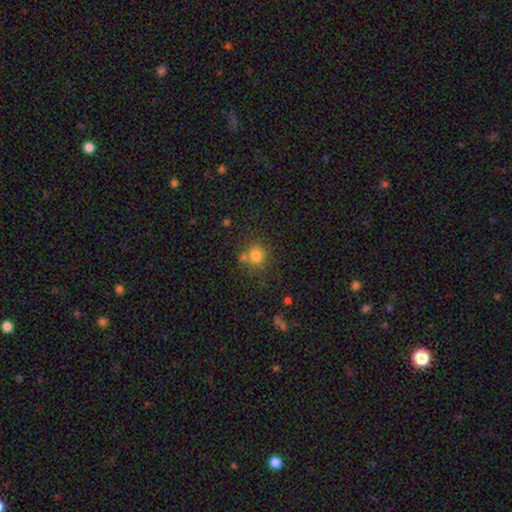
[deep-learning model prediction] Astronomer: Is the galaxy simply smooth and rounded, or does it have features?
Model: smooth — 78%.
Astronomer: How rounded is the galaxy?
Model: round — 86%.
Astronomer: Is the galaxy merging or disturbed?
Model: none — 66%.